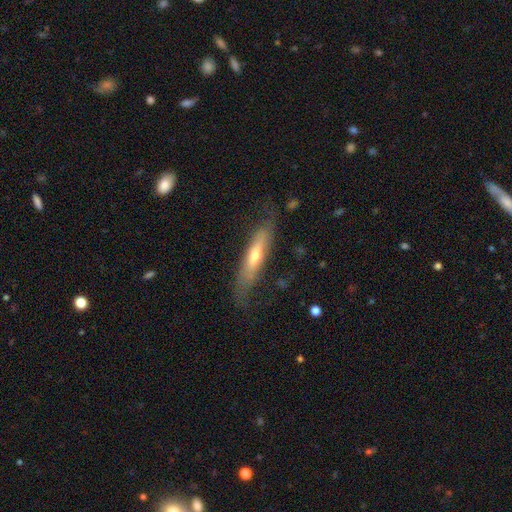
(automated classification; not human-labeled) Overall: featured or disk (56%; smooth 37%). Edge-on disk: yes (73%). Merging: none (70%).